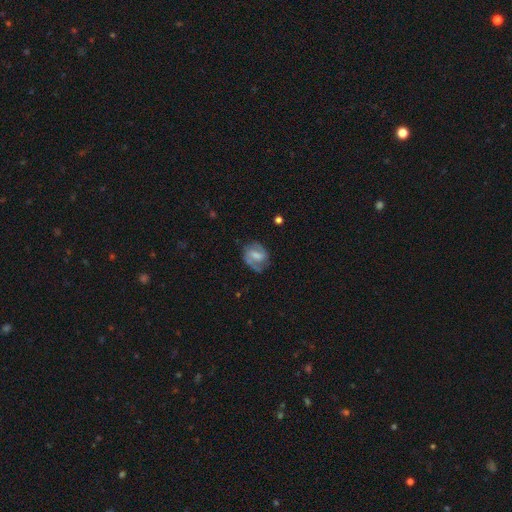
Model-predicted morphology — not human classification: Overall: featured or disk (65%; smooth 28%). Edge-on disk: no (97%). Bar: weak (51%; strong 27%). Spiral arms: yes (87%). Spiral arm count: 2 (80%). Spiral winding: medium (48%; tight 29%). Bulge size: moderate (39%; small 33%). Merging: none (67%).